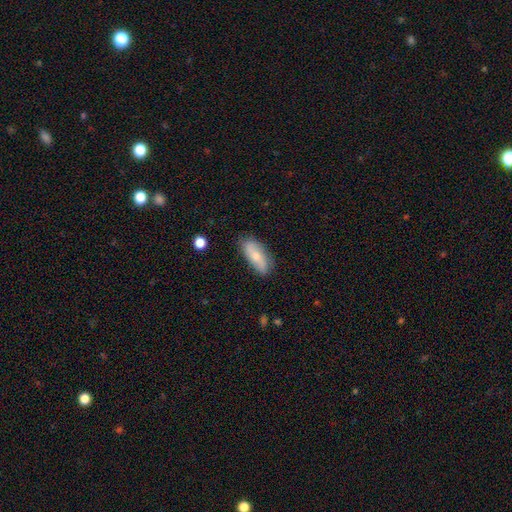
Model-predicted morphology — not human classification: smooth_or_featured: smooth (p=0.59) [alt: featured or disk p=0.35]
how_rounded: in between (p=0.78) [alt: cigar-shaped p=0.19]
merging: none (p=0.79) [alt: minor disturbance p=0.17]